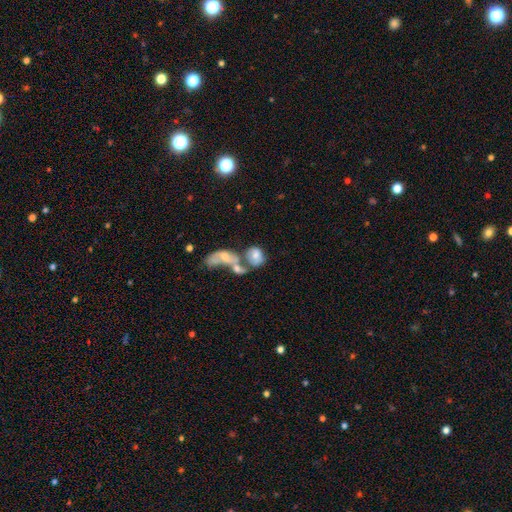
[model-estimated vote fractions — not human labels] Morphology: type=smooth (59%); roundness=in between (67%); merging=merger (63%).